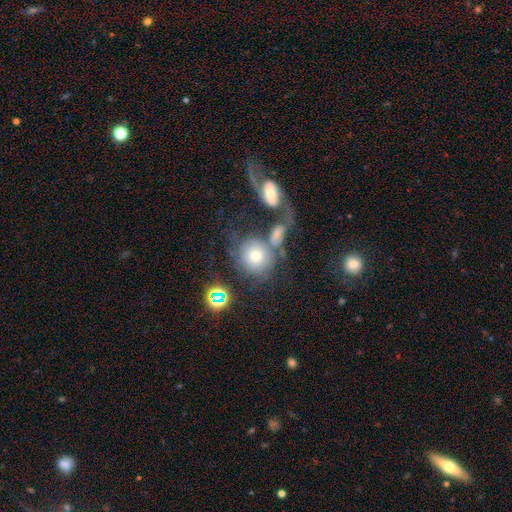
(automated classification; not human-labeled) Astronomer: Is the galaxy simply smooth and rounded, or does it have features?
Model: smooth — 53% (runner-up: featured or disk, 34%).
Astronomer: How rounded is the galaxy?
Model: round — 78%.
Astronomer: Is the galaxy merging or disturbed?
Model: merger — 39% (runner-up: none, 35%).